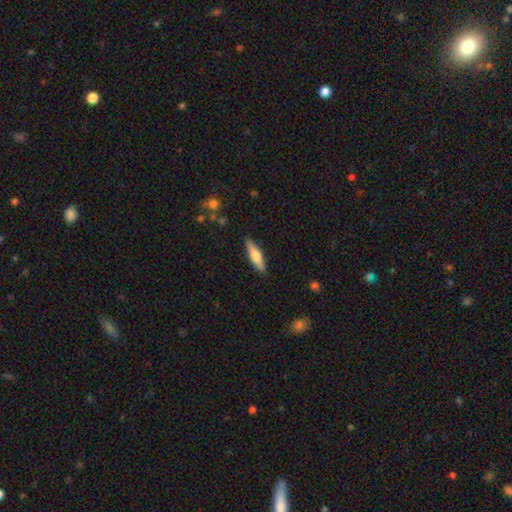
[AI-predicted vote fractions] Smooth or featured: smooth — 53% (featured or disk — 42%)
How rounded: cigar-shaped — 70% (in between — 28%)
Merging: none — 89% (minor disturbance — 8%)